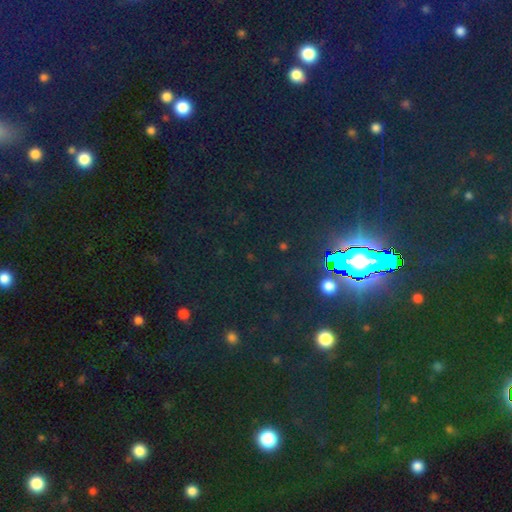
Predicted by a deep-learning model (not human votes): Smooth or featured? star or artifact (80%)